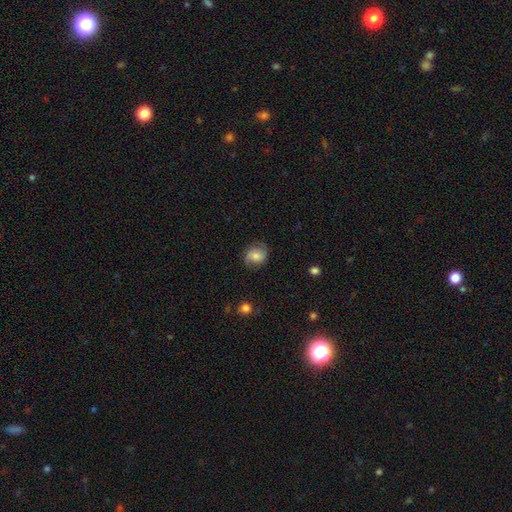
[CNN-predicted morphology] Smooth or featured? Predicted: smooth (p=0.61). How rounded? Predicted: round (p=0.61). Merging? Predicted: none (p=0.72).